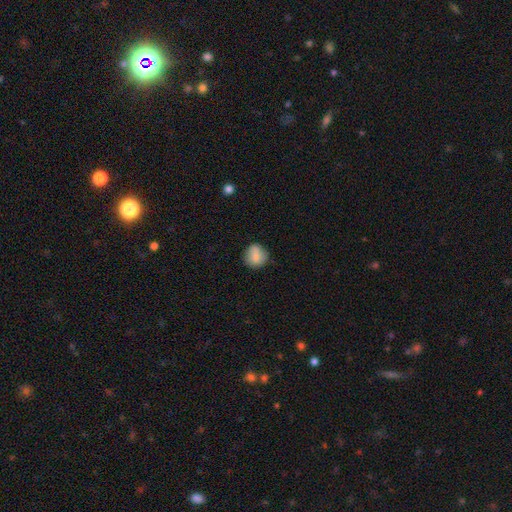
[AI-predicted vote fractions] Morphology: type=smooth (80%); roundness=round (84%); merging=none (77%).